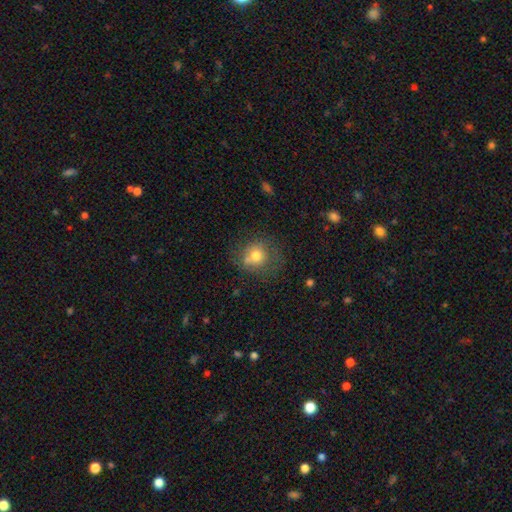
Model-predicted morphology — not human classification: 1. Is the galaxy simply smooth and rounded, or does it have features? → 72% smooth, 17% featured or disk, 11% star or artifact.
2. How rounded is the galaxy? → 81% round, 18% in between, 1% cigar-shaped.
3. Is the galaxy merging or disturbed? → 59% none, 20% minor disturbance, 12% merger, 9% major disturbance.